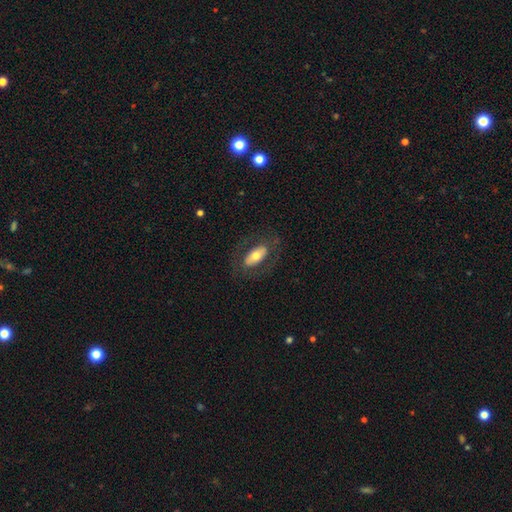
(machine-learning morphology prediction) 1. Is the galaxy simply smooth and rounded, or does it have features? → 57% smooth, 36% featured or disk, 6% star or artifact.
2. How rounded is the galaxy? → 91% in between, 5% cigar-shaped, 4% round.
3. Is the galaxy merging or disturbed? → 77% none, 13% minor disturbance, 10% major disturbance, 1% merger.